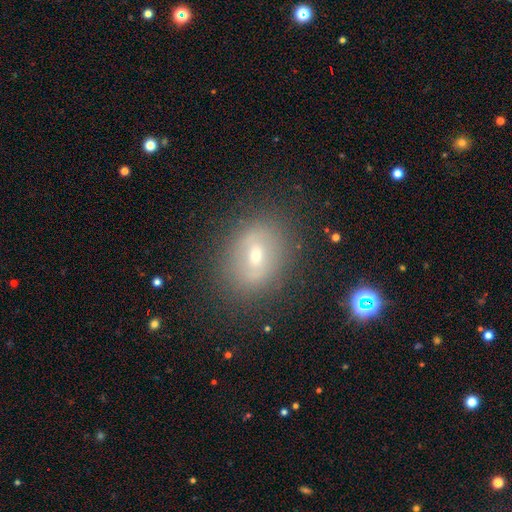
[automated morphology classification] Smooth or featured? Predicted: featured or disk (p=0.45). Merging? Predicted: none (p=0.82).